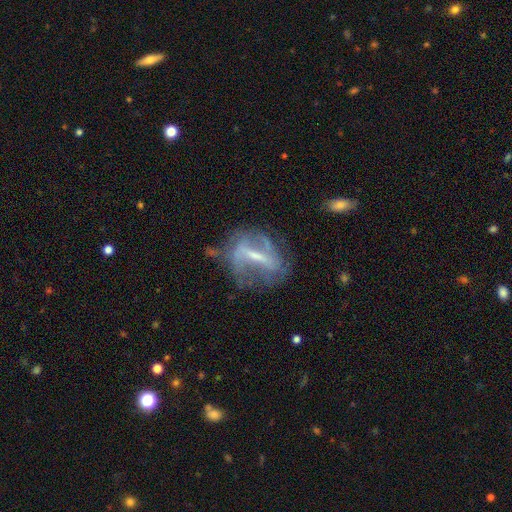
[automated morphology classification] smooth_or_featured: featured or disk (p=0.75) [alt: smooth p=0.16]
disk_edge_on: no (p=0.88) [alt: yes p=0.12]
bar: strong (p=0.59) [alt: weak p=0.30]
has_spiral_arms: yes (p=0.66) [alt: no p=0.34]
bulge_size: small (p=0.49) [alt: moderate p=0.30]
merging: none (p=0.52) [alt: minor disturbance p=0.23]